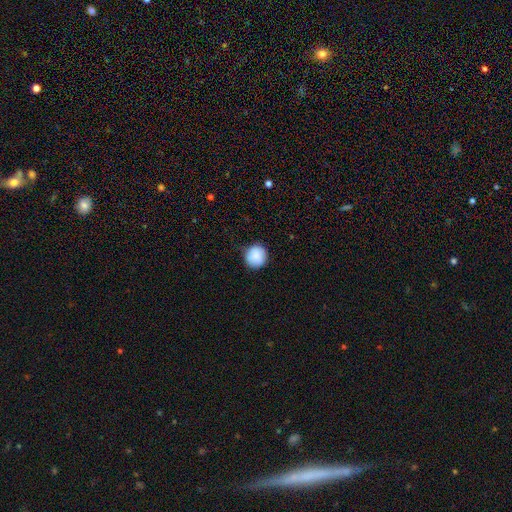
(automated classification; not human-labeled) smooth 89%, star or artifact 7%, featured or disk 4%. Down the decision tree: how rounded — round (93%); merging — none (85%).